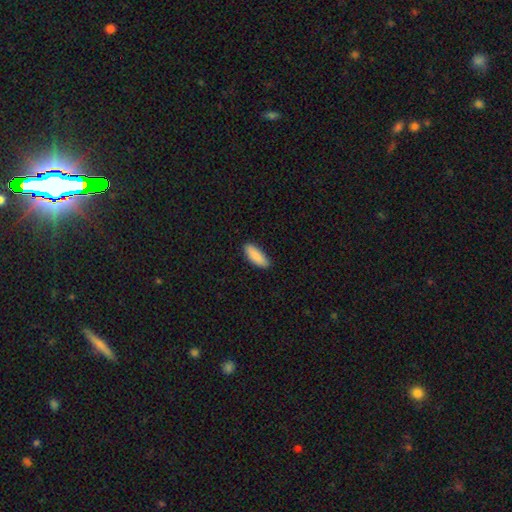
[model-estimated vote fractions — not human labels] A smooth galaxy with no disk features (89%) that is in between round and cigar-shaped (71%). Merging: none (89%).